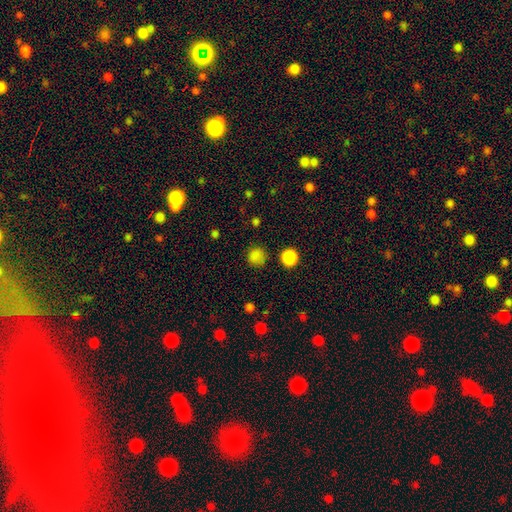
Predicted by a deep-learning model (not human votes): This appears to be a smooth galaxy with no disk features (81%) that is round (89%). Merging: none (82%).